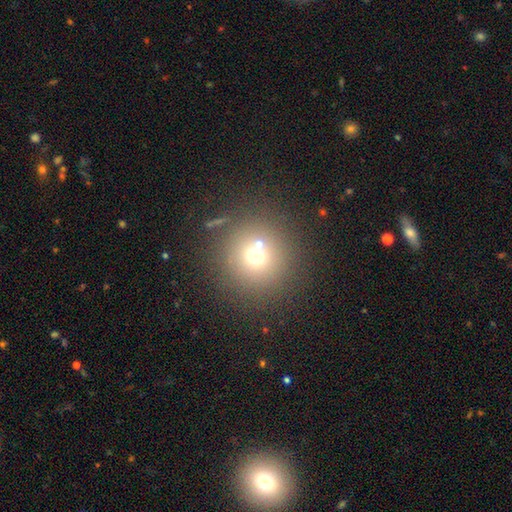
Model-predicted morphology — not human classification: This is likely a smooth galaxy (67%). How rounded: clearly round (95%). Merging: likely none (76%).